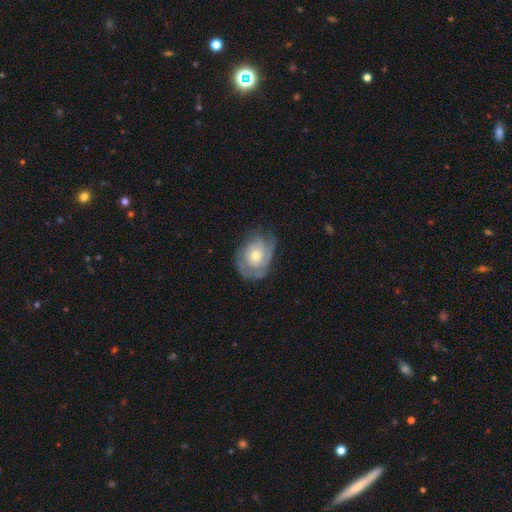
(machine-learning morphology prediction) This is likely a featured or disk galaxy (68%). It is clearly not viewed edge-on (96%). Bar: clearly no (83%). Spiral arm pattern: clearly yes (81%). Spiral arm count: marginally can't tell (43%). Spiral winding: likely tight (63%). Central bulge: possibly moderate (56%). Merging: likely none (63%).